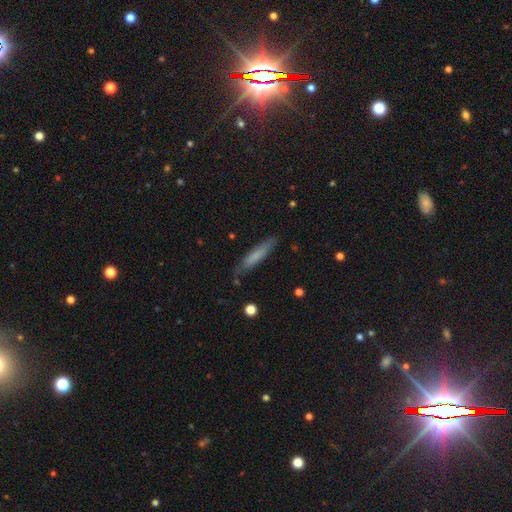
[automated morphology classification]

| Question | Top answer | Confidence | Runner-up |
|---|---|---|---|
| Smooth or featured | smooth | 71% | featured or disk (23%) |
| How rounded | cigar-shaped | 88% | in between (10%) |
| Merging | none | 80% | minor disturbance (15%) |